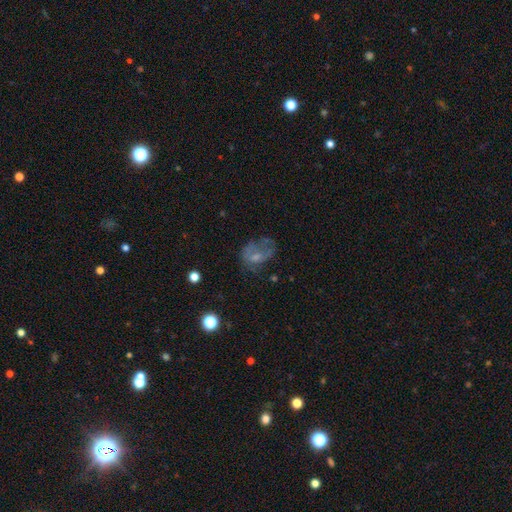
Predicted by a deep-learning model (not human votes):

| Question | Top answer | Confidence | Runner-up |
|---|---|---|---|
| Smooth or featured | featured or disk | 44% | smooth (42%) |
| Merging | major disturbance | 38% | none (35%) |